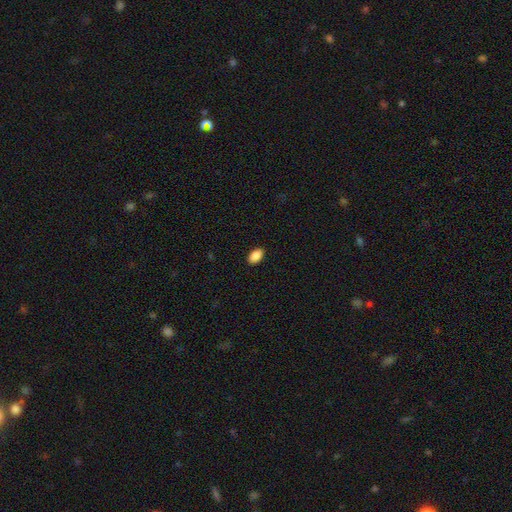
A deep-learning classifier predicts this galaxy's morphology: Smooth or featured? smooth (89%)
How rounded? in between (93%)
Merging? none (89%)